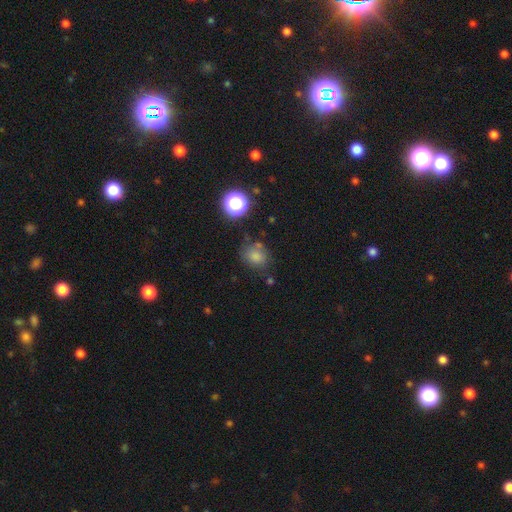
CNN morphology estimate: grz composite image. It shows a smooth galaxy with no disk features (74%) that is round (66%). Merging: none (66%).